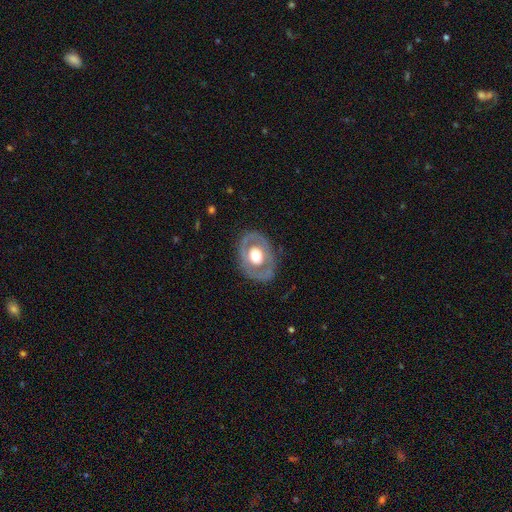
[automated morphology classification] type=featured or disk (60%); edge-on=no (93%); bar=no (86%); spiral arms=no (81%); bulge=moderate (47%); merging=none (79%).